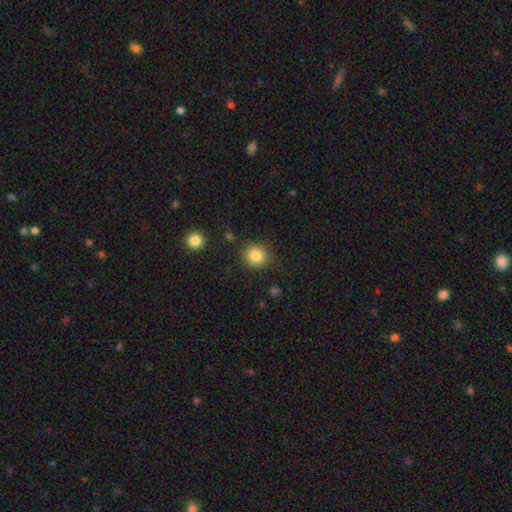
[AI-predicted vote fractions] The model was most divided on "smooth or featured": smooth: 84%, star or artifact: 10%, featured or disk: 6%. More confident: how rounded — round (88%); merging — none (86%).